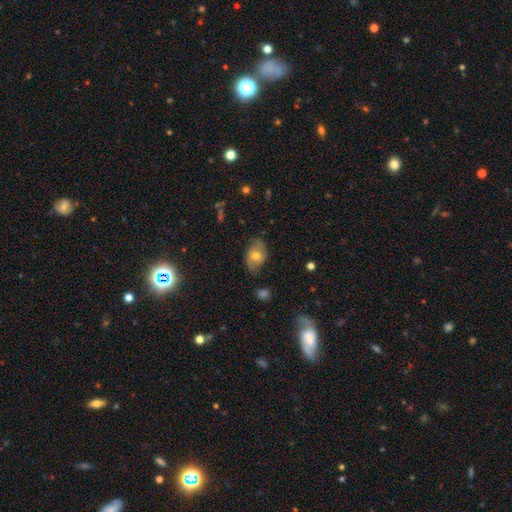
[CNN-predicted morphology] Overall: smooth (57%; featured or disk 35%). How rounded: in between (86%). Merging: none (68%).